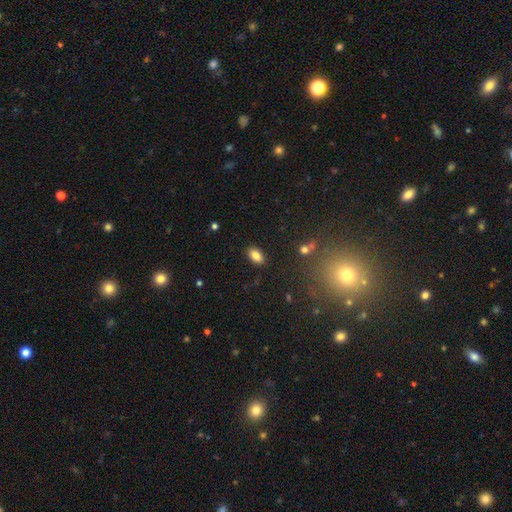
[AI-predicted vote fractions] Smooth or featured? smooth (85%)
How rounded? in between (91%)
Merging? none (87%)